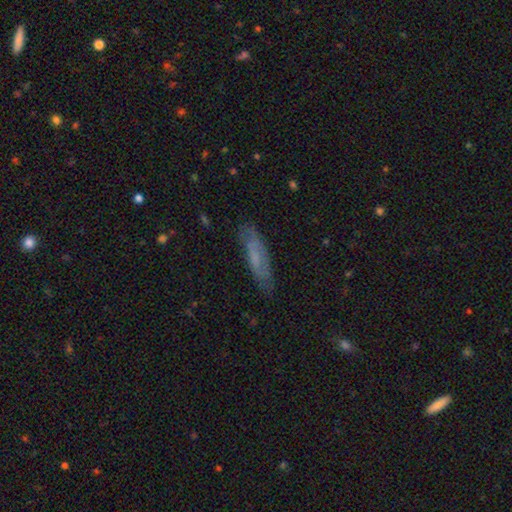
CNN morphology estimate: Q: Smooth or featured?
A: smooth (52%); runner-up: featured or disk (39%)
Q: How rounded?
A: cigar-shaped (68%); runner-up: in between (30%)
Q: Merging?
A: none (80%); runner-up: minor disturbance (15%)